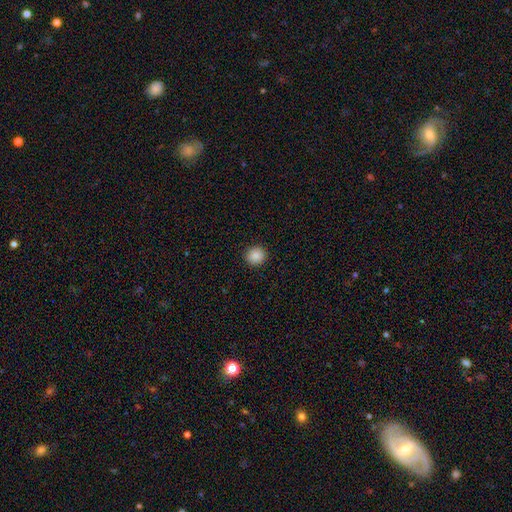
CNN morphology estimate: type=smooth (87%); roundness=round (91%); merging=none (92%).